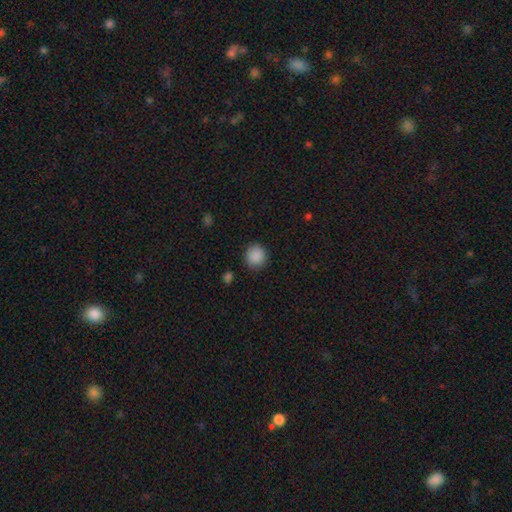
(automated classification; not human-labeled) smooth_or_featured: smooth (p=0.89) [alt: star or artifact p=0.08]
how_rounded: round (p=0.89) [alt: in between p=0.10]
merging: none (p=0.90) [alt: minor disturbance p=0.07]